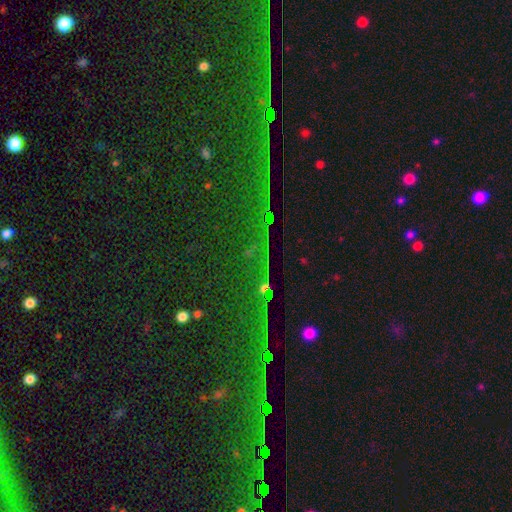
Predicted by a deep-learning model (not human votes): This is clearly a star or artifact rather than a galaxy (81%).